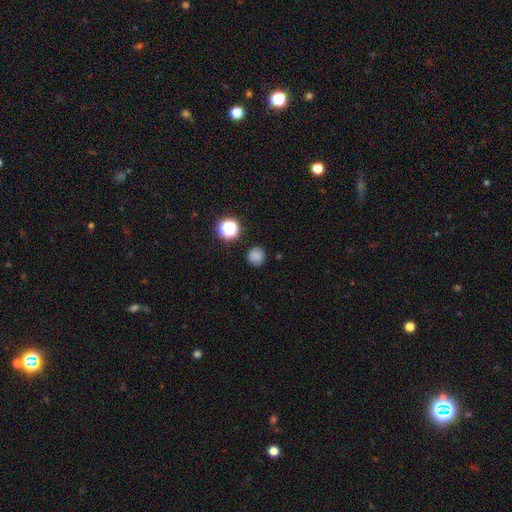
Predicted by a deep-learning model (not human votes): This is likely a smooth galaxy (79%). How rounded: clearly round (93%). Merging: clearly none (88%).